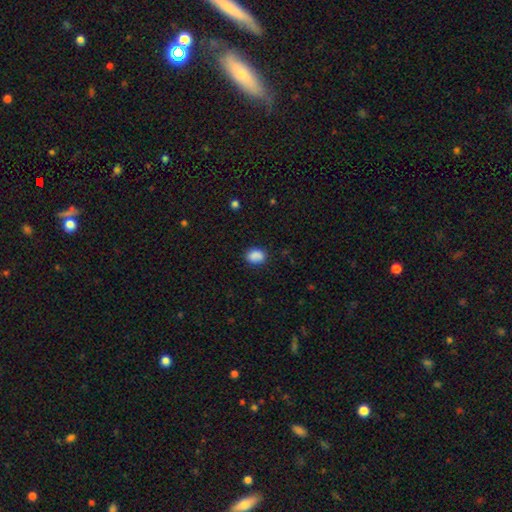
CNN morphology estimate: Smooth or featured? smooth (87%)
How rounded? in between (55%)
Merging? none (79%)